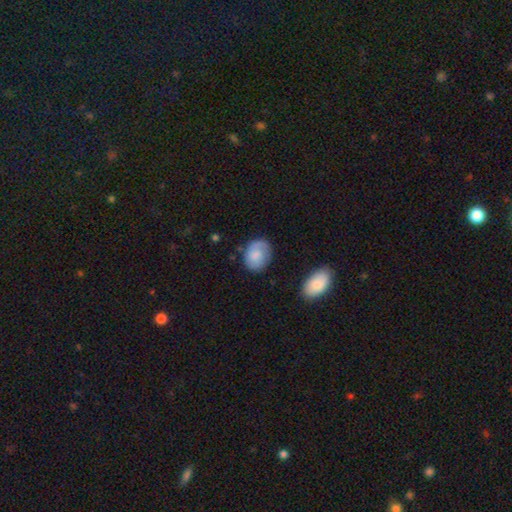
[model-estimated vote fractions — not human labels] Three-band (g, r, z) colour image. It shows a smooth galaxy with no disk features (60%) that is in between round and cigar-shaped (54%). Merging: none (68%).